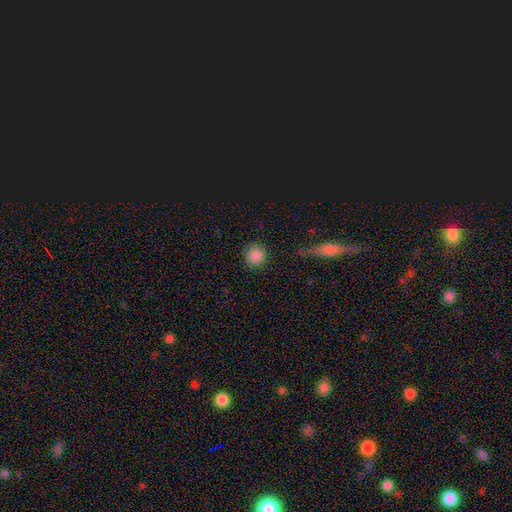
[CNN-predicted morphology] This appears to be a smooth galaxy with no disk features (85%) that is round (93%). Merging: none (83%).